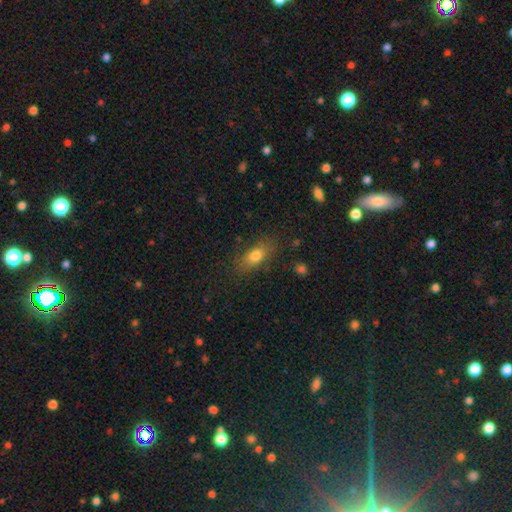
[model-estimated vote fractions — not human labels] Smooth or featured? smooth (78%)
How rounded? in between (78%)
Merging? none (79%)